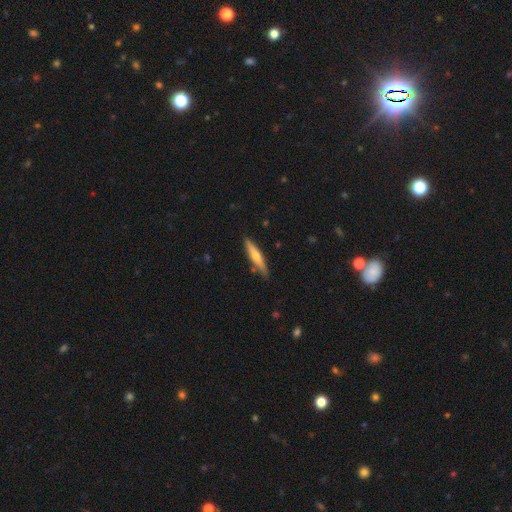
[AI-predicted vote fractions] Smooth or featured? Predicted: smooth (p=0.50). How rounded? Predicted: cigar-shaped (p=0.89). Merging? Predicted: none (p=0.85).